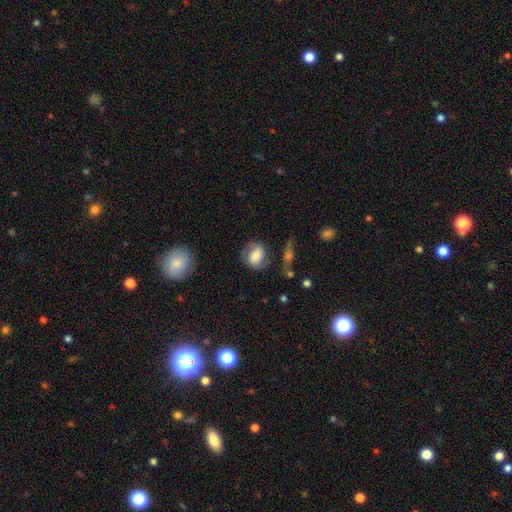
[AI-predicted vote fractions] smooth-or-featured: featured or disk: 48% | smooth: 44% | star or artifact: 8%
  merging: none: 62% | minor disturbance: 22% | major disturbance: 12% | merger: 4%